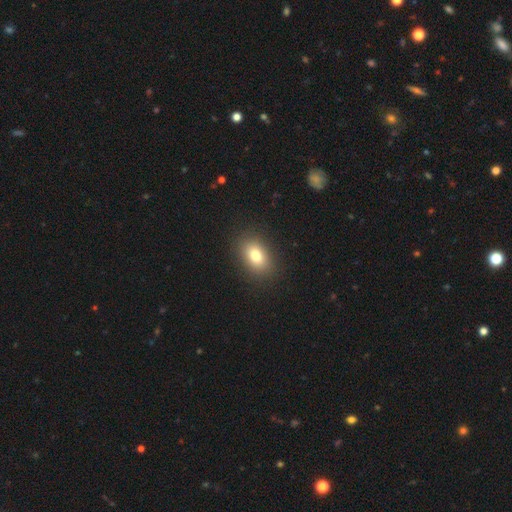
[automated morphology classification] This appears to be a smooth galaxy with no disk features (79%) that is in between round and cigar-shaped (79%). Merging: none (89%).